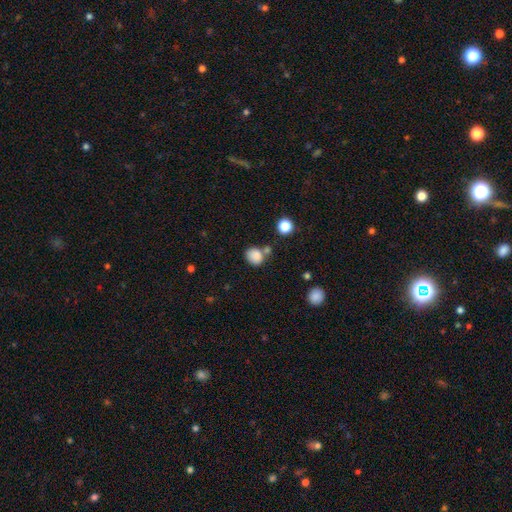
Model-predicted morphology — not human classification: A smooth galaxy with no disk features (84%) that is round (67%).

Vote fractions:
- Smooth or featured? smooth: 84% / star or artifact: 11% / featured or disk: 6%
- How rounded? round: 67% / in between: 32% / cigar-shaped: 1%
- Merging? none: 59% / merger: 22% / minor disturbance: 14% / major disturbance: 5%